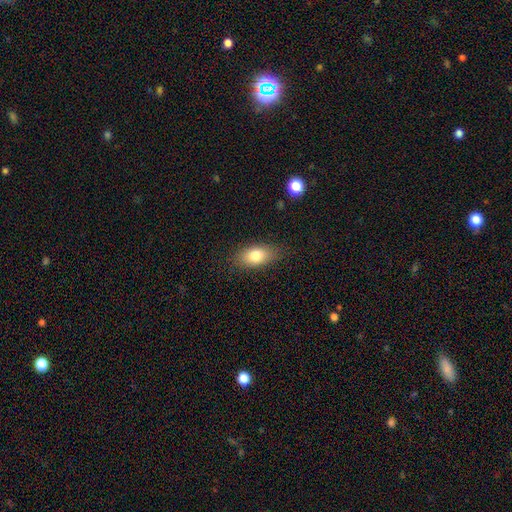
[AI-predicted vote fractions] This is likely a smooth galaxy (79%). How rounded: clearly in between (87%). Merging: clearly none (82%).